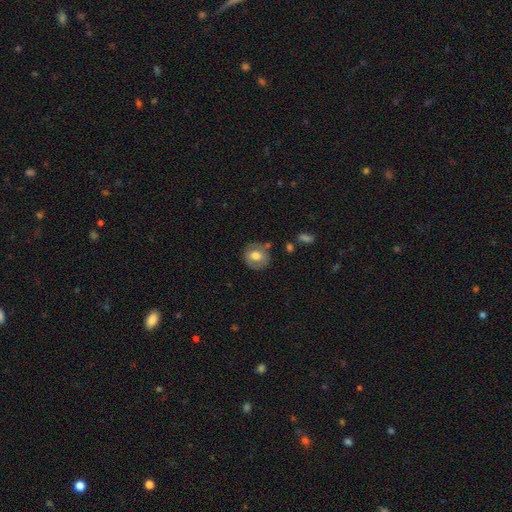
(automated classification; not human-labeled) Q: Smooth or featured?
A: smooth (65%); runner-up: featured or disk (28%)
Q: How rounded?
A: round (82%); runner-up: in between (18%)
Q: Merging?
A: none (77%); runner-up: minor disturbance (15%)